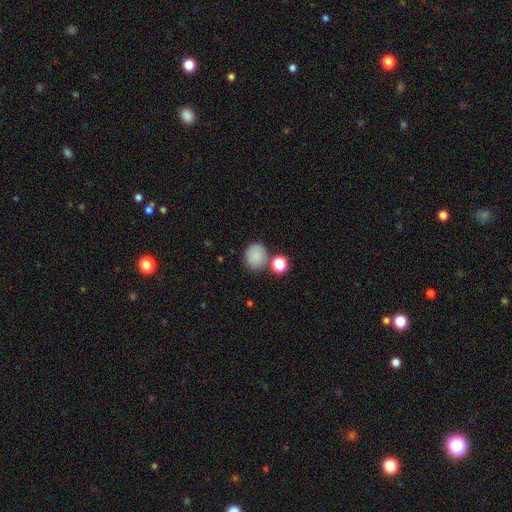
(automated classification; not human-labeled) smooth_or_featured: smooth (p=0.84) [alt: star or artifact p=0.10]
how_rounded: round (p=0.77) [alt: in between p=0.22]
merging: none (p=0.71) [alt: merger p=0.13]